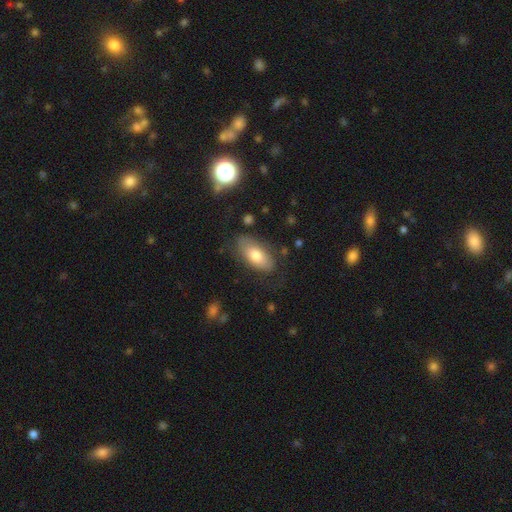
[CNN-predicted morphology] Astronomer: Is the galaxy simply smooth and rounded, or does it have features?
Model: smooth — 70%.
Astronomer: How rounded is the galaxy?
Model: in between — 90%.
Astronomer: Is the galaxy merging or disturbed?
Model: none — 70%.